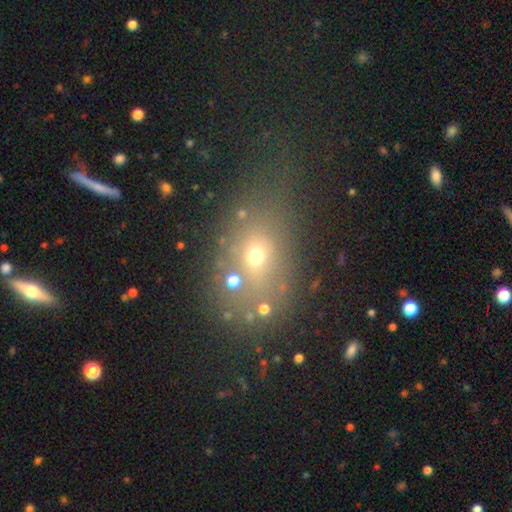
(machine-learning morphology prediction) This is possibly a smooth galaxy (58%). How rounded: likely in between (62%). Merging: possibly none (58%).